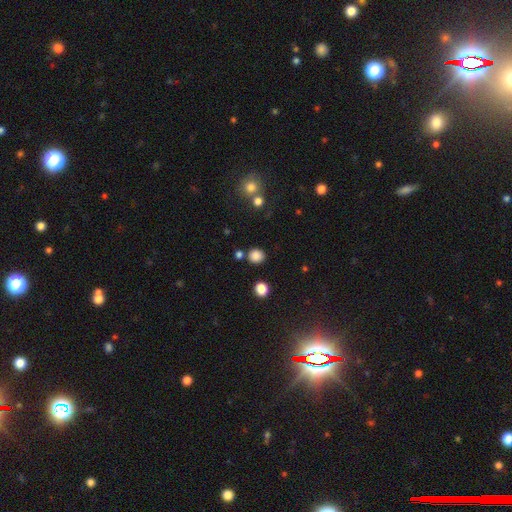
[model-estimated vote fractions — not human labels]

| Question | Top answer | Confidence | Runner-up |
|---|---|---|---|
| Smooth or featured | smooth | 83% | star or artifact (13%) |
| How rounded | round | 85% | in between (14%) |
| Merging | none | 82% | minor disturbance (9%) |